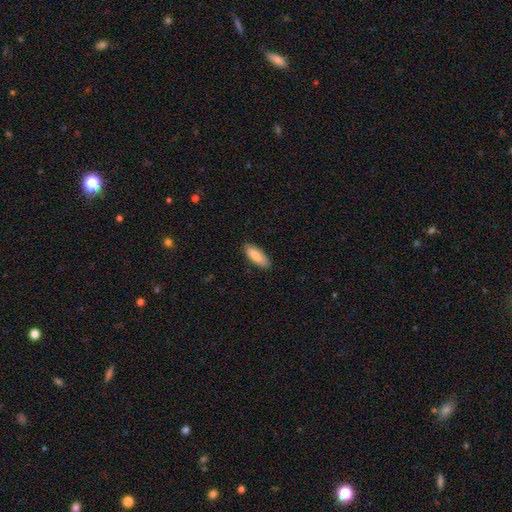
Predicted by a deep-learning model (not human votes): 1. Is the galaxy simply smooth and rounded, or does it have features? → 85% smooth, 10% featured or disk, 5% star or artifact.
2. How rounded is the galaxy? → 71% in between, 27% cigar-shaped, 2% round.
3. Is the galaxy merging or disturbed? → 86% none, 11% minor disturbance, 2% major disturbance, 1% merger.